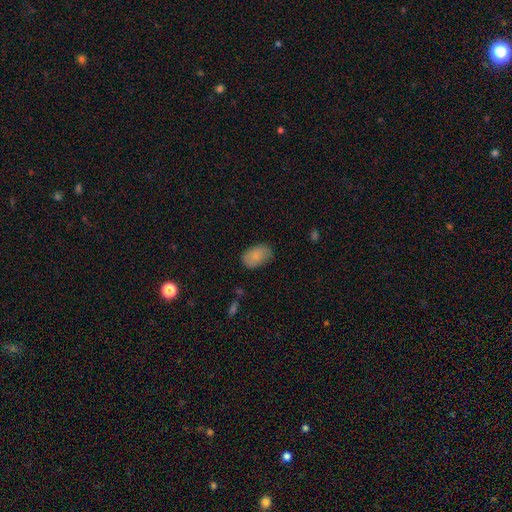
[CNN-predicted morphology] Smooth or featured?
  - smooth: 85% *
  - featured or disk: 8%
  - star or artifact: 7%
How rounded?
  - in between: 89% *
  - round: 10%
  - cigar-shaped: 1%
Merging?
  - none: 78% *
  - minor disturbance: 18%
  - major disturbance: 4%
  - merger: 1%